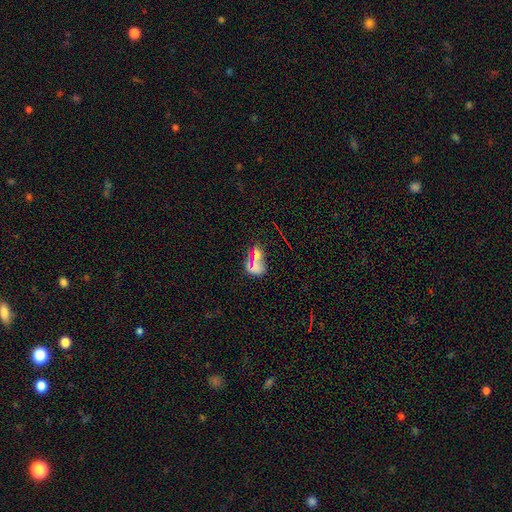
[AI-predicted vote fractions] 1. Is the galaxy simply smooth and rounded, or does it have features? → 51% smooth, 33% star or artifact, 16% featured or disk.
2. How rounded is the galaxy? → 58% in between, 35% round, 7% cigar-shaped.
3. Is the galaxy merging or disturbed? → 48% none, 26% merger, 14% minor disturbance, 12% major disturbance.